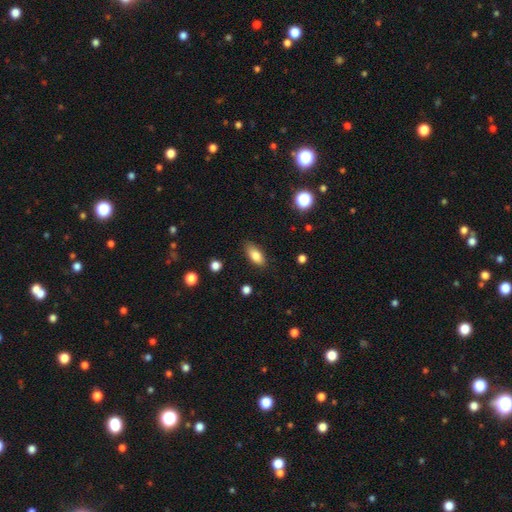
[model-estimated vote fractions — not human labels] Smooth or featured?
  - smooth: 82% *
  - featured or disk: 10%
  - star or artifact: 8%
How rounded?
  - in between: 86% *
  - cigar-shaped: 9%
  - round: 4%
Merging?
  - none: 83% *
  - minor disturbance: 13%
  - major disturbance: 3%
  - merger: 1%